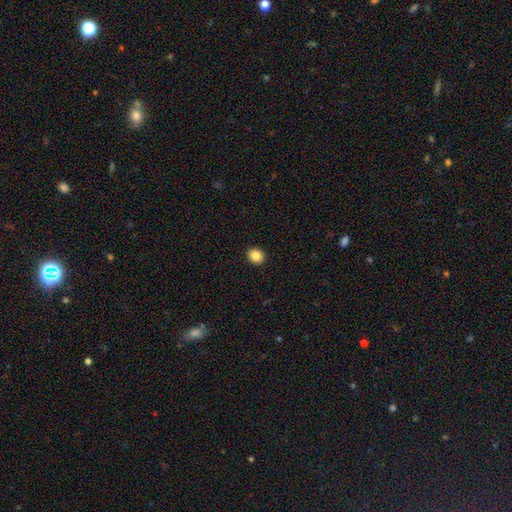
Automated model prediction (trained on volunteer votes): Overall: smooth (86%). How rounded: round (71%). Merging: none (93%).